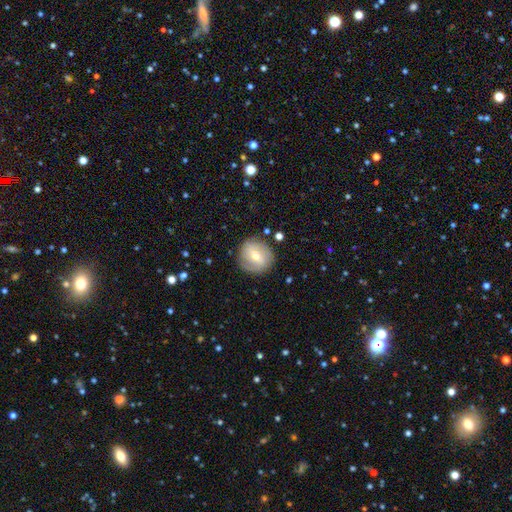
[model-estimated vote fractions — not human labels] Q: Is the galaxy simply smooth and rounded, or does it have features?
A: smooth — 50%.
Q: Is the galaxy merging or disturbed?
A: none — 83%.